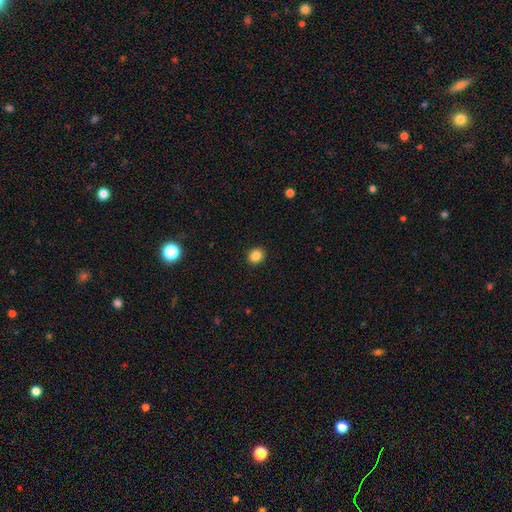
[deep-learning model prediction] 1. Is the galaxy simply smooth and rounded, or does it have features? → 87% smooth, 10% star or artifact, 3% featured or disk.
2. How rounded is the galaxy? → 68% round, 31% in between, 1% cigar-shaped.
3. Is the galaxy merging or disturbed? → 91% none, 6% minor disturbance, 2% major disturbance, 1% merger.